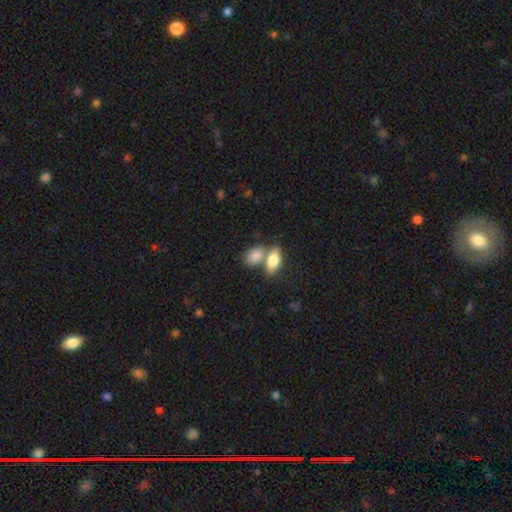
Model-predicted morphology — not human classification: Smooth or featured? smooth (84%)
How rounded? in between (86%)
Merging? merger (50%)